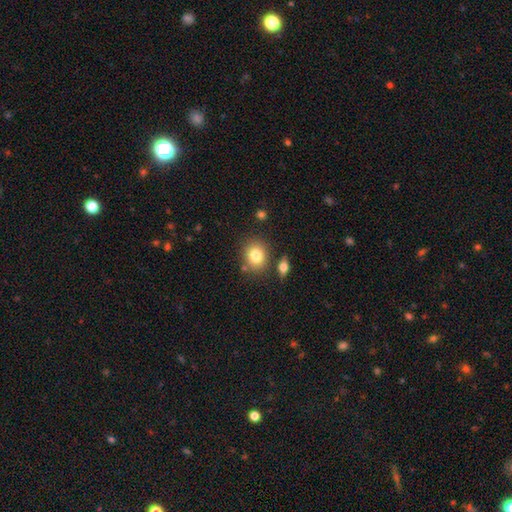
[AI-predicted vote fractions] A smooth galaxy with no disk features (80%) that is round (66%). Merging: none (77%).